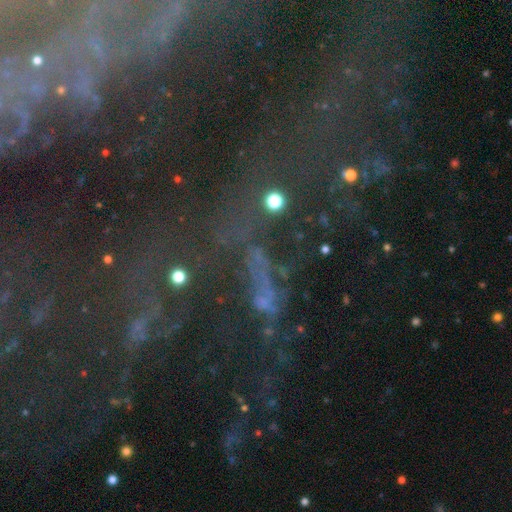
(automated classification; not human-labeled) star or artifact 53%, smooth 27%, featured or disk 21%.